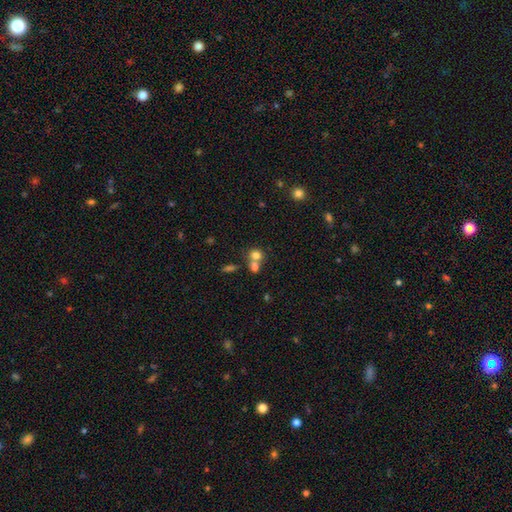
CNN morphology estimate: Smooth or featured?
  - smooth: 74% *
  - star or artifact: 13%
  - featured or disk: 13%
How rounded?
  - round: 75% *
  - in between: 24%
  - cigar-shaped: 1%
Merging?
  - merger: 54% *
  - none: 36%
  - minor disturbance: 6%
  - major disturbance: 3%